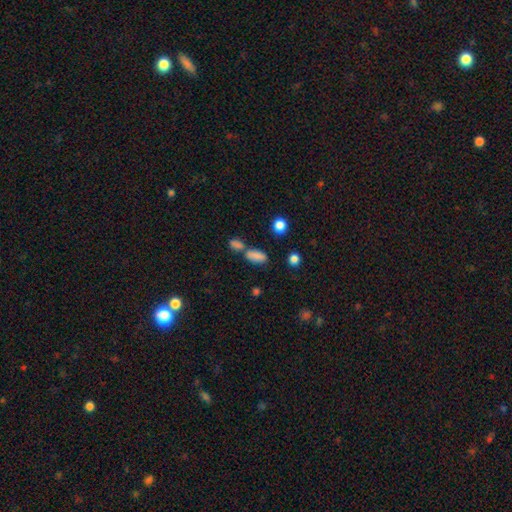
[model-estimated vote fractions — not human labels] smooth 81%, star or artifact 11%, featured or disk 7%. Down the decision tree: how rounded — in between (79%); merging — none (48%).